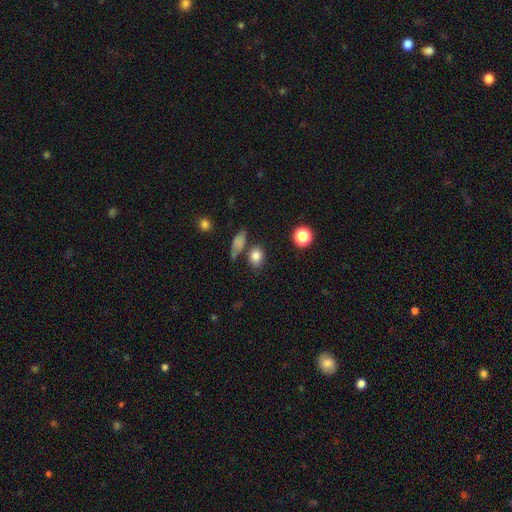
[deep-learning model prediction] smooth 81%, star or artifact 11%, featured or disk 7%. Down the decision tree: how rounded — round (51%); merging — none (68%).